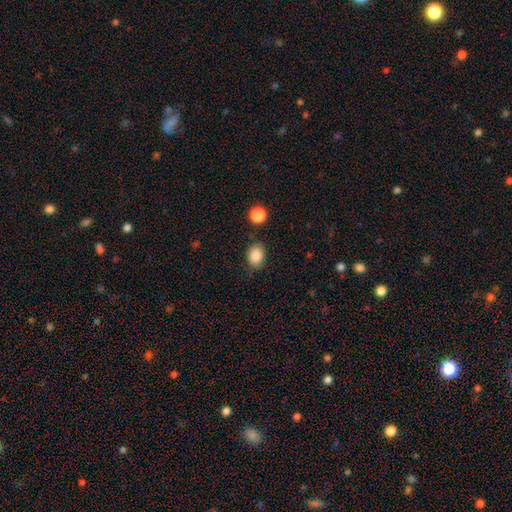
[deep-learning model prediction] smooth_or_featured: smooth (p=0.86) [alt: star or artifact p=0.09]
how_rounded: in between (p=0.71) [alt: round p=0.28]
merging: none (p=0.82) [alt: minor disturbance p=0.12]